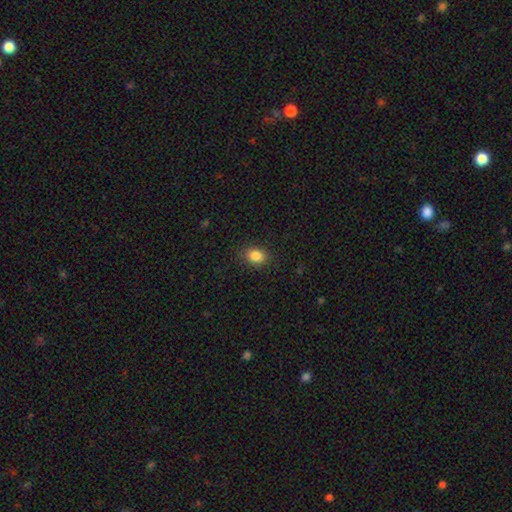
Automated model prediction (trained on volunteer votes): This appears to be a smooth galaxy with no disk features (85%) that is in between round and cigar-shaped (64%). Merging: none (88%).